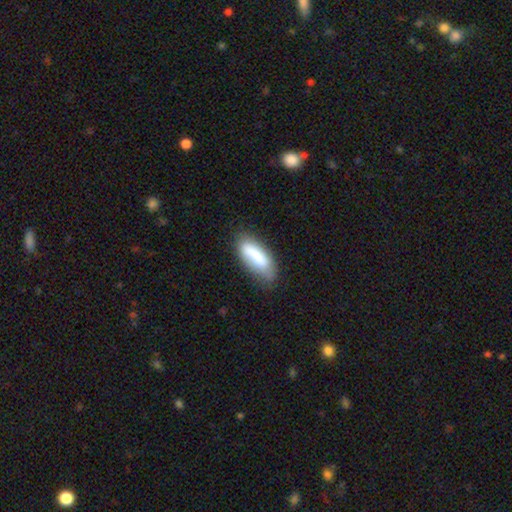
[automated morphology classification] smooth 75%, featured or disk 18%, star or artifact 7%. Down the decision tree: how rounded — in between (68%); merging — none (60%).